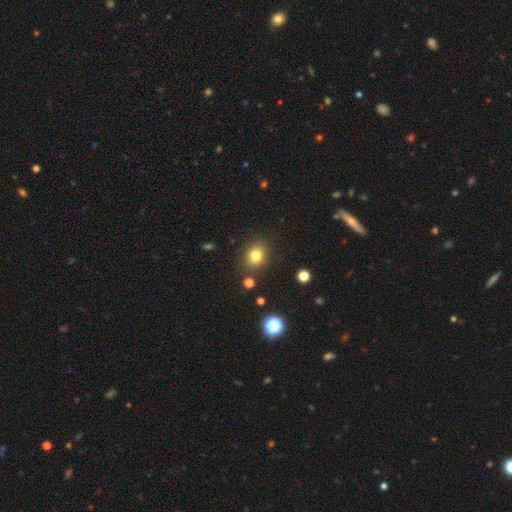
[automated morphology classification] A smooth galaxy with no disk features (80%) that is round (62%). Merging: none (84%).